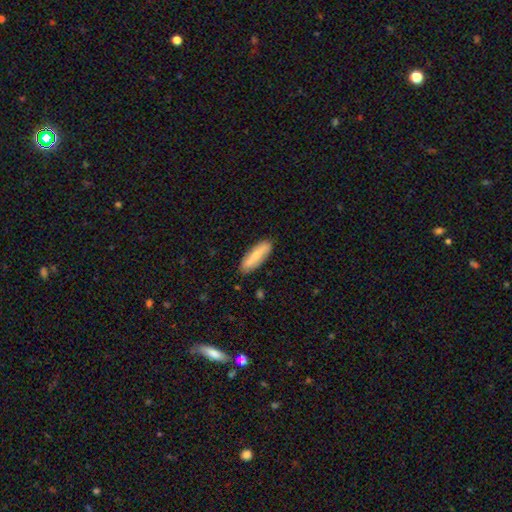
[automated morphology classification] smooth-or-featured: smooth: 65% | featured or disk: 29% | star or artifact: 6%
  how-rounded: cigar-shaped: 57% | in between: 41% | round: 2%
  merging: none: 86% | minor disturbance: 11% | major disturbance: 2% | merger: 1%